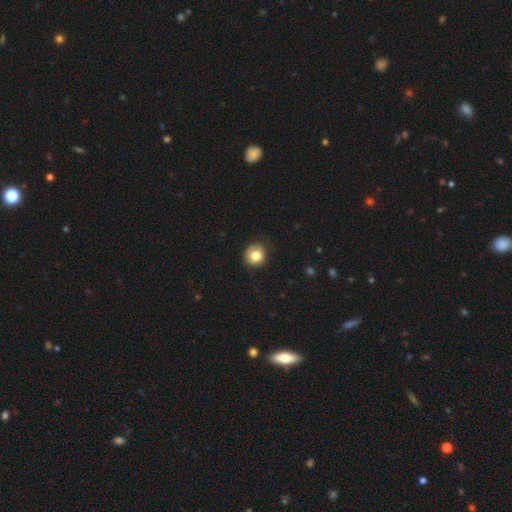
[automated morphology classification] A smooth galaxy with no disk features (81%) that is round (89%). Merging: none (82%).